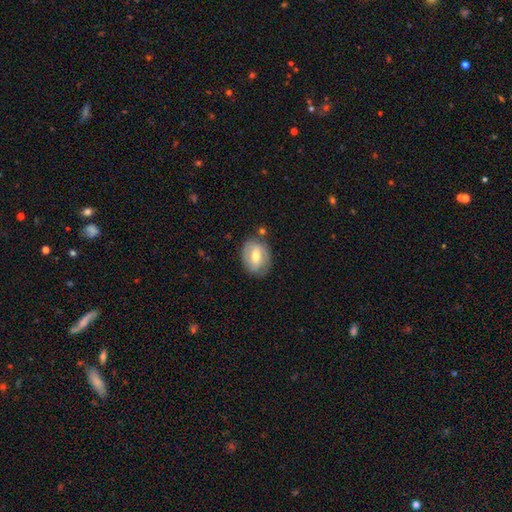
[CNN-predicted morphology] Overall: featured or disk (48%; smooth 45%). Merging: none (73%).